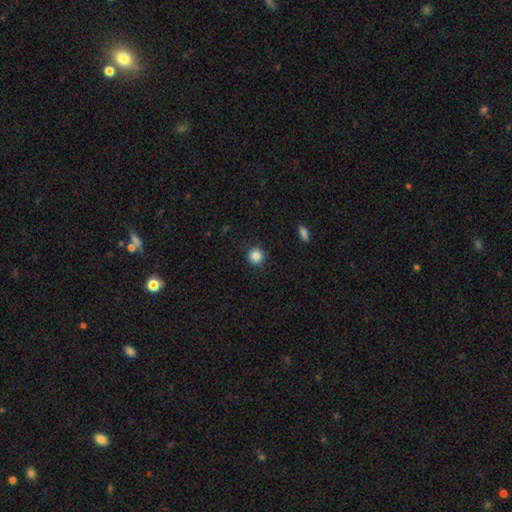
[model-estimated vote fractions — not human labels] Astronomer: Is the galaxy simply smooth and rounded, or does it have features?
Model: smooth — 86%.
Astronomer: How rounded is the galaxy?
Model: round — 93%.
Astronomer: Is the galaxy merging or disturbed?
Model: none — 89%.